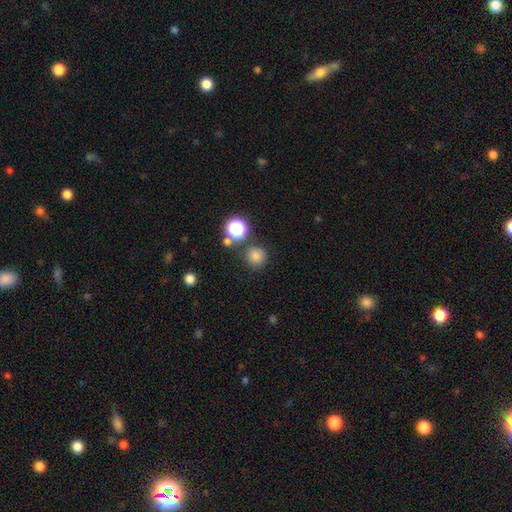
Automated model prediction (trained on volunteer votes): This appears to be a smooth galaxy with no disk features (78%) that is round (94%). Merging: none (81%).